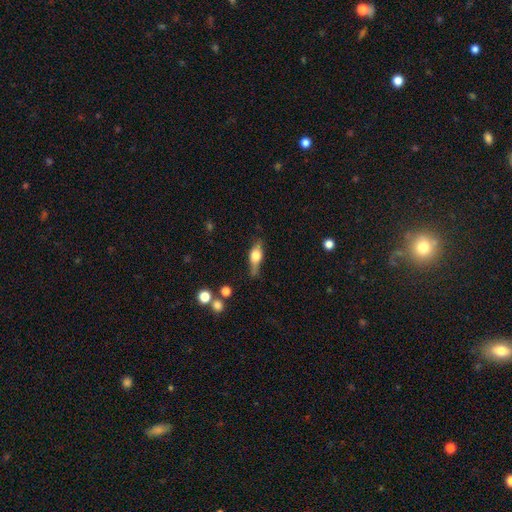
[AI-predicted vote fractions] Morphology: type=smooth (48%); merging=none (63%).